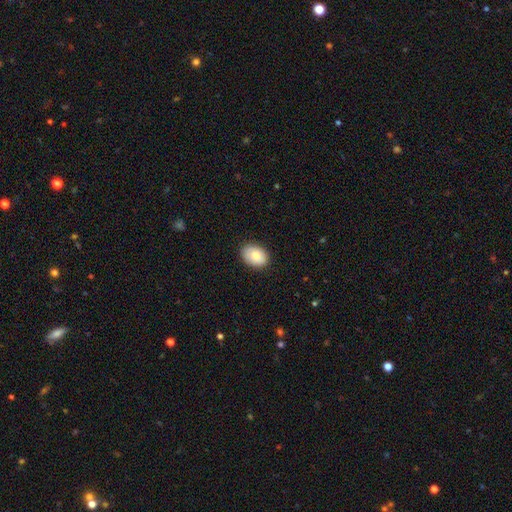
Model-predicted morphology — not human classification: Smooth or featured: smooth — 82% (featured or disk — 11%)
How rounded: in between — 79% (round — 20%)
Merging: none — 87% (minor disturbance — 10%)